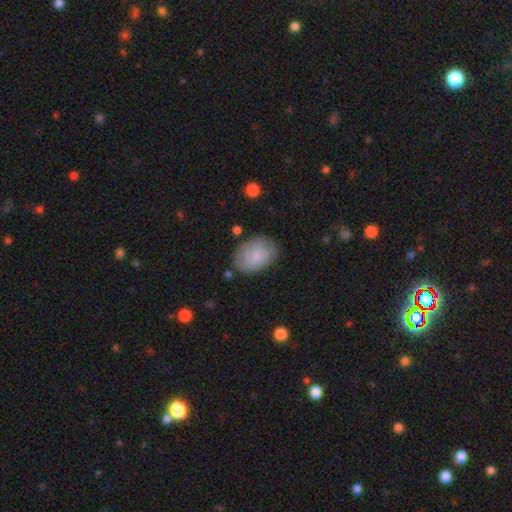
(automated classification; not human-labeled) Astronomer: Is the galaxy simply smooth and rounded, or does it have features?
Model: smooth — 76%.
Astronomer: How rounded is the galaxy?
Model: in between — 82%.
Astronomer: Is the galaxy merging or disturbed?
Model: none — 76%.